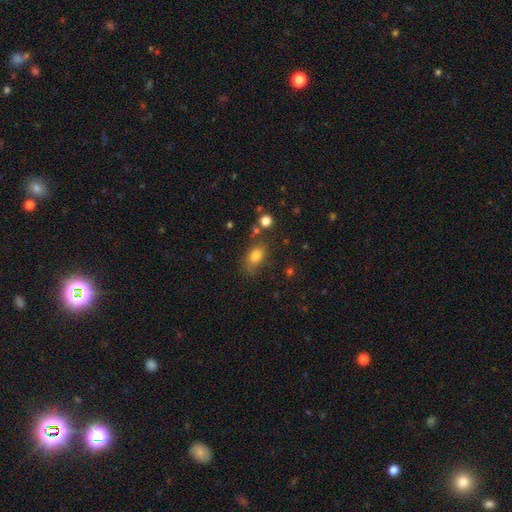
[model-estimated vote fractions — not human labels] This is clearly a smooth galaxy (80%). How rounded: likely in between (78%). Merging: likely none (66%).